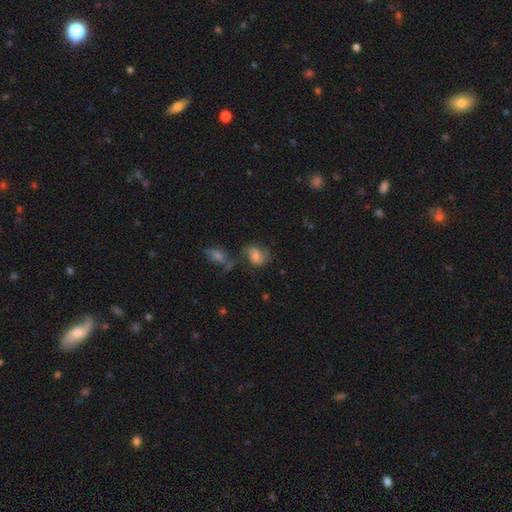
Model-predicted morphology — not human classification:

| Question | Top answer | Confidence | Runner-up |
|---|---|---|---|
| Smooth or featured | smooth | 50% | featured or disk (40%) |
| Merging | none | 46% | minor disturbance (21%) |